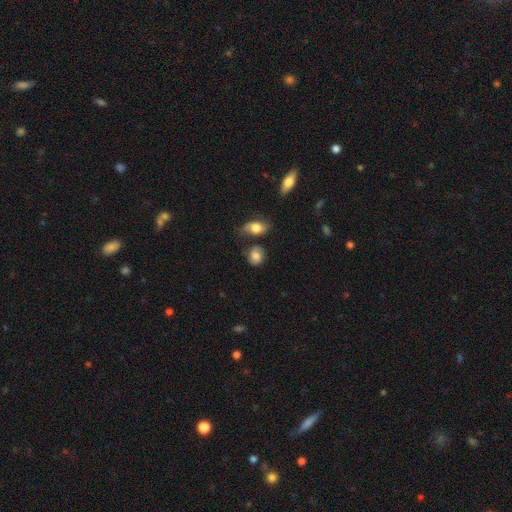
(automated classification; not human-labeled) Morphology: type=smooth (70%); roundness=round (60%); merging=none (57%).